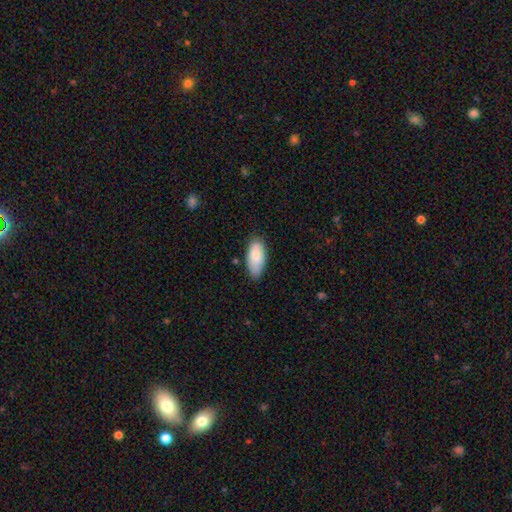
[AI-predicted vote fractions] Overall: smooth (82%). How rounded: in between (91%). Merging: none (75%).